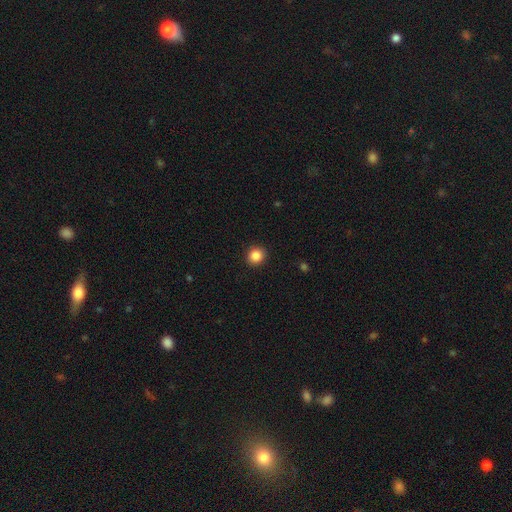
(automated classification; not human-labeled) Morphology: type=smooth (87%); roundness=round (89%); merging=none (92%).